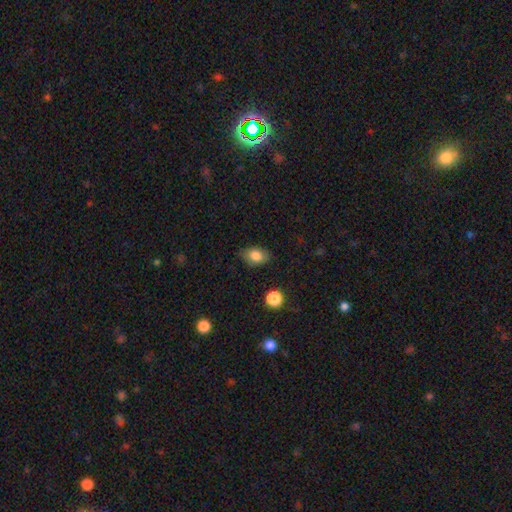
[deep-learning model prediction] Morphology: type=smooth (82%); roundness=in between (80%); merging=none (78%).